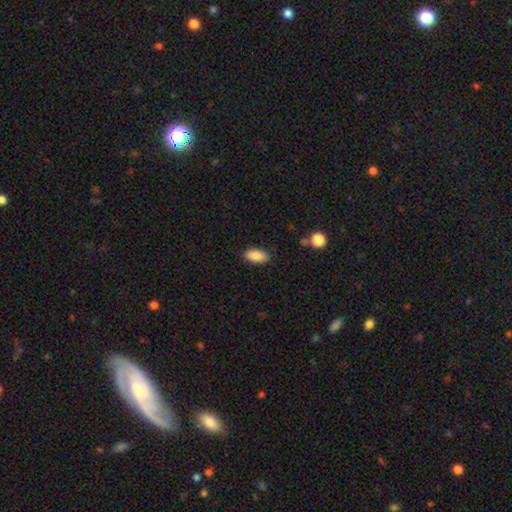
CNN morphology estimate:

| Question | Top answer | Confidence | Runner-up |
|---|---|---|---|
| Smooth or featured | smooth | 88% | star or artifact (7%) |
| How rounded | in between | 89% | cigar-shaped (8%) |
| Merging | none | 87% | minor disturbance (10%) |